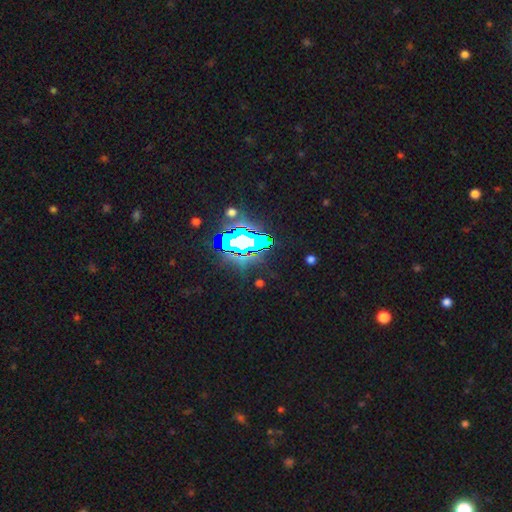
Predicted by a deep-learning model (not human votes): Smooth or featured? Predicted: star or artifact (p=0.71).